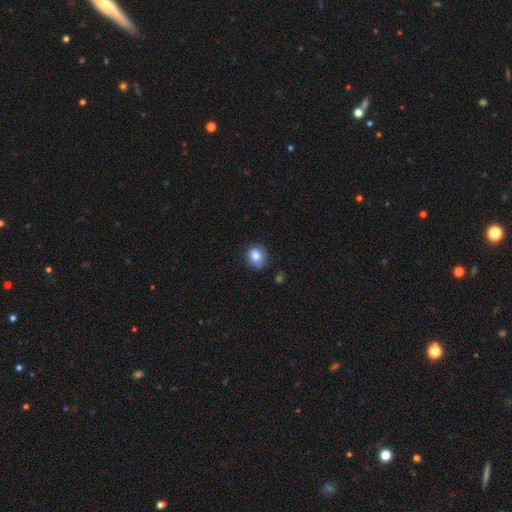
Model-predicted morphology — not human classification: type=smooth (82%); roundness=round (79%); merging=none (76%).